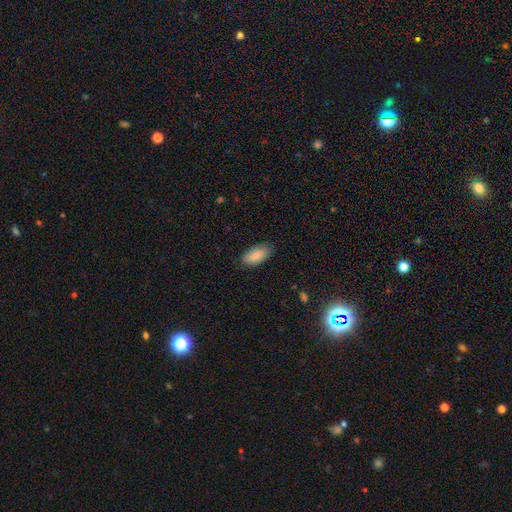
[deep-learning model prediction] smooth-or-featured: smooth: 88% | star or artifact: 6% | featured or disk: 6%
  how-rounded: in between: 91% | cigar-shaped: 7% | round: 2%
  merging: none: 84% | minor disturbance: 12% | major disturbance: 3% | merger: 1%